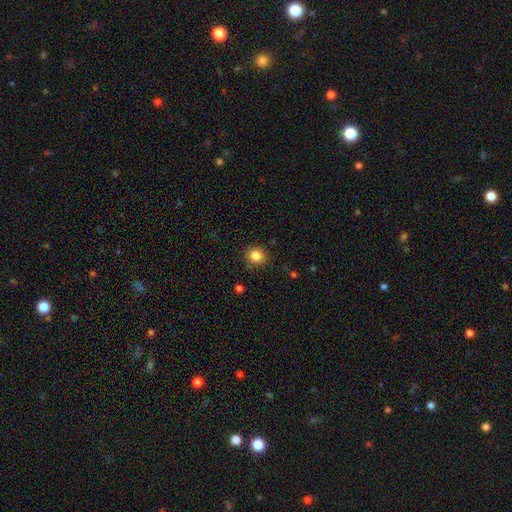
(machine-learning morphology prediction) smooth 84%, star or artifact 11%, featured or disk 5%. Down the decision tree: how rounded — round (79%); merging — none (88%).